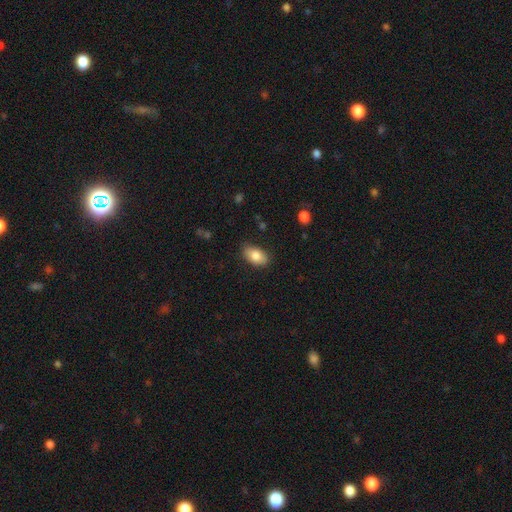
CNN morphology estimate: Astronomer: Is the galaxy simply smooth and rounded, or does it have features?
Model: smooth — 82%.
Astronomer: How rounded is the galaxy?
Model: in between — 92%.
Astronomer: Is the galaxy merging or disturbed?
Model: none — 83%.